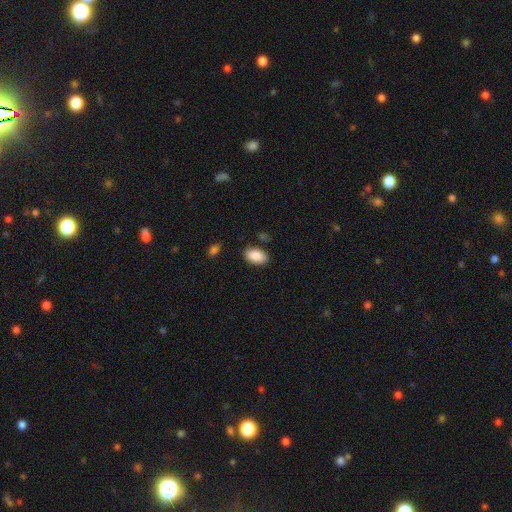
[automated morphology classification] smooth_or_featured: smooth (p=0.88) [alt: star or artifact p=0.07]
how_rounded: in between (p=0.92) [alt: round p=0.07]
merging: none (p=0.84) [alt: minor disturbance p=0.11]